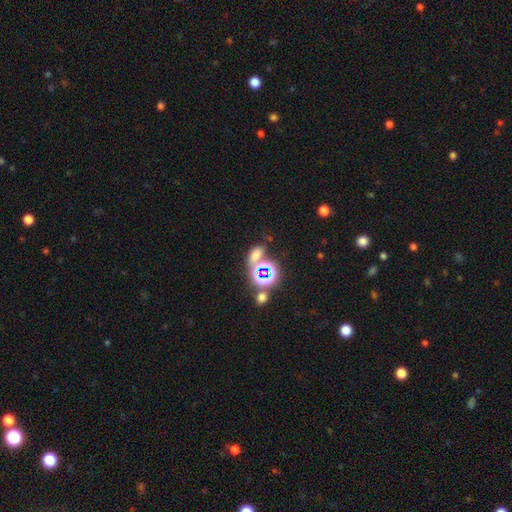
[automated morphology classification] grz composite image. It shows a smooth galaxy with no disk features (51%) that is in between round and cigar-shaped (71%). Merging: none (54%).